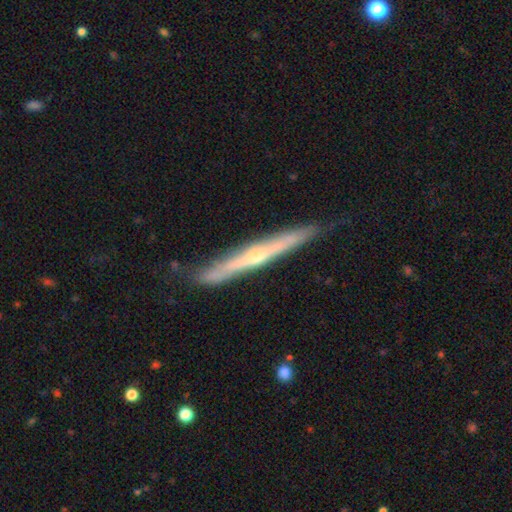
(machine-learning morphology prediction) Smooth or featured? Predicted: featured or disk (p=0.73). Edge-on disk? Predicted: yes (p=0.95). Edge-on bulge? Predicted: rounded (p=0.69). Merging? Predicted: none (p=0.80).